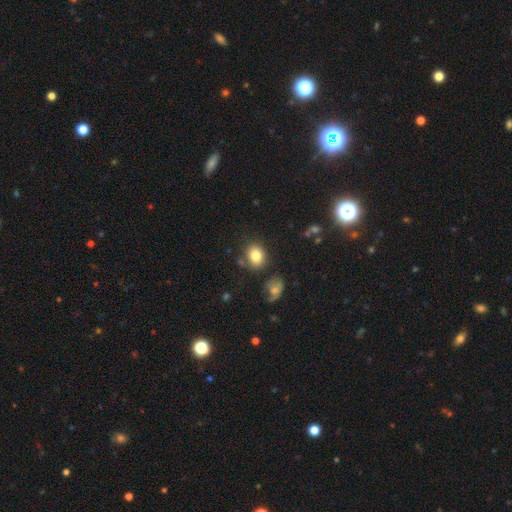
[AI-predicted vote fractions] smooth-or-featured: smooth: 82% | star or artifact: 10% | featured or disk: 8%
  how-rounded: round: 53% | in between: 46% | cigar-shaped: 1%
  merging: none: 77% | minor disturbance: 13% | merger: 6% | major disturbance: 4%